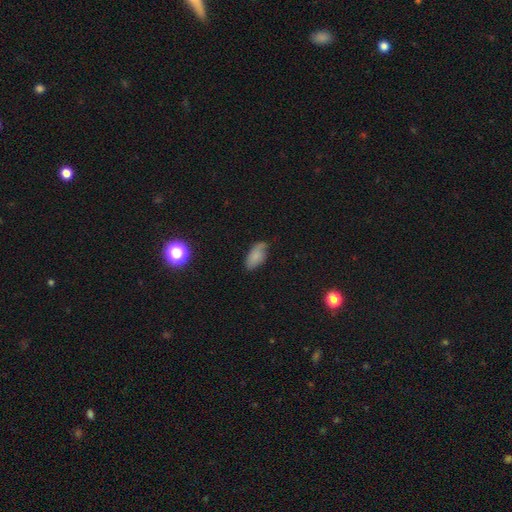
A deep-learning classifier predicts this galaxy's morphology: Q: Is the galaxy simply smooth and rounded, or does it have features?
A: smooth — 76%.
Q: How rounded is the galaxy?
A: in between — 91%.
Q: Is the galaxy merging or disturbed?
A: none — 60%.